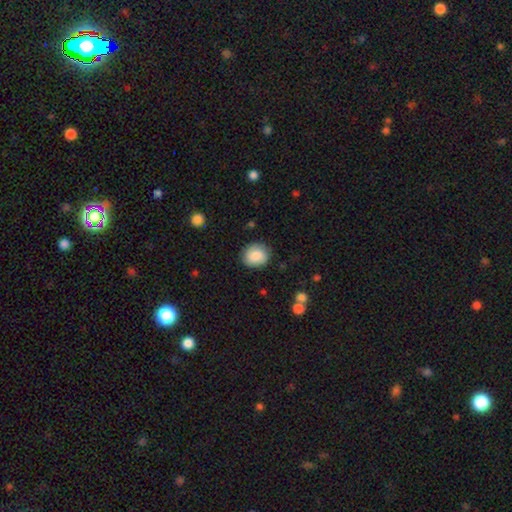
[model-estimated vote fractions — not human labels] Q: Smooth or featured?
A: smooth (82%); runner-up: featured or disk (11%)
Q: How rounded?
A: round (72%); runner-up: in between (28%)
Q: Merging?
A: none (85%); runner-up: minor disturbance (11%)